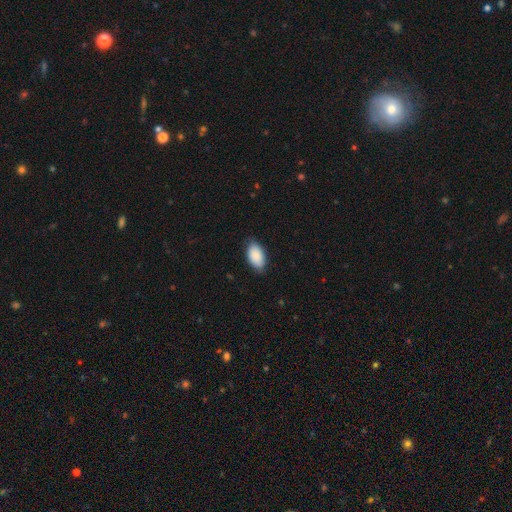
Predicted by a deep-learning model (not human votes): This appears to be a smooth galaxy with no disk features (89%) that is in between round and cigar-shaped (95%). Merging: none (79%).